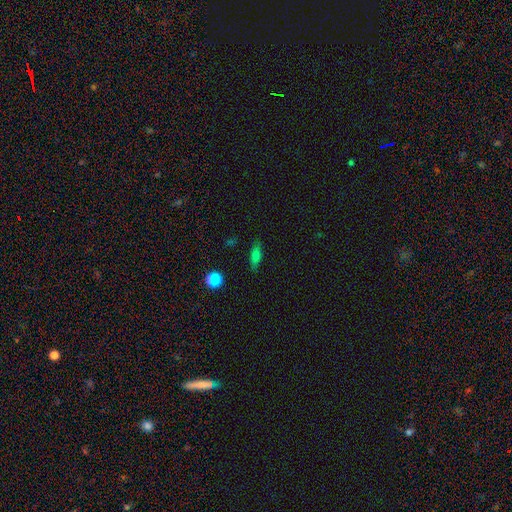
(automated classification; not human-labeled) This appears to be a smooth galaxy with no disk features (68%) that is in between round and cigar-shaped (59%). Merging: none (82%).